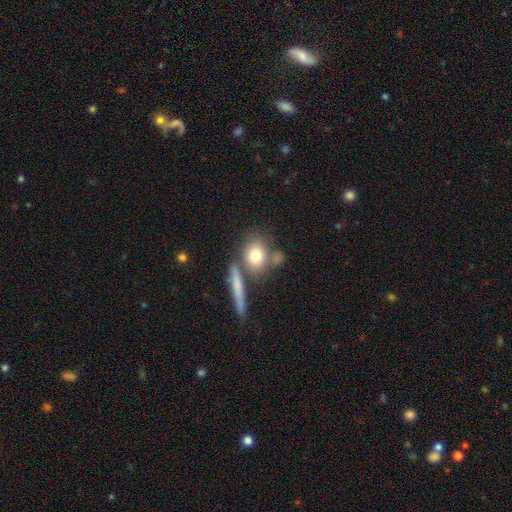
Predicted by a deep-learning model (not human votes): Q: Smooth or featured?
A: smooth (75%); runner-up: featured or disk (16%)
Q: How rounded?
A: round (51%); runner-up: in between (41%)
Q: Merging?
A: none (62%); runner-up: merger (21%)